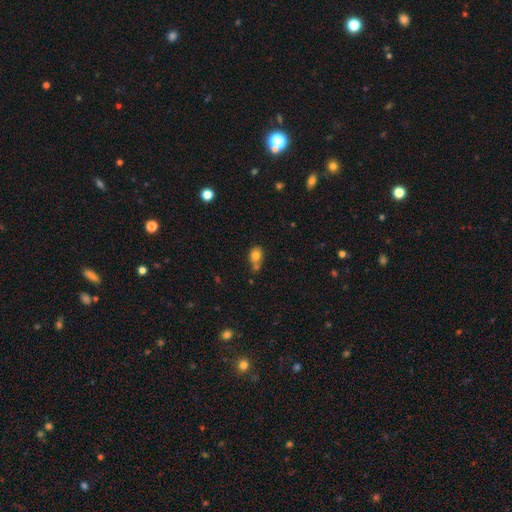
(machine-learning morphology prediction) Smooth or featured: smooth — 78% (star or artifact — 11%)
How rounded: in between — 55% (round — 43%)
Merging: none — 43% (merger — 31%)